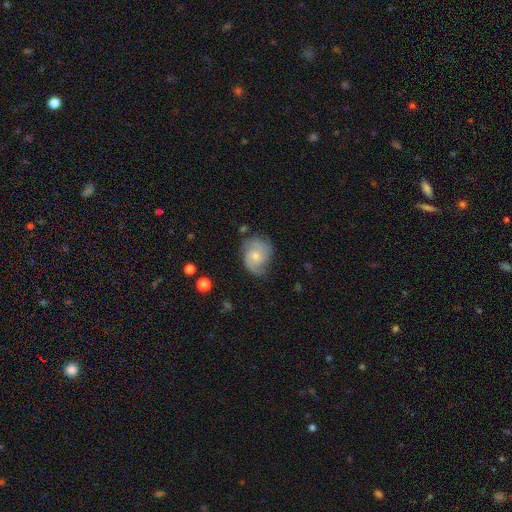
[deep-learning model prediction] A featured or disk galaxy (60%) with no bar (68%), 2 (59%) medium (43%) spiral arms (90%) and a small central bulge (56%).

Vote fractions:
- Smooth or featured? featured or disk: 60% / smooth: 33% / star or artifact: 7%
- Edge-on disk? no: 97% / yes: 3%
- Bar? no: 68% / weak: 28% / strong: 4%
- Spiral arms? yes: 90% / no: 10%
- Spiral winding? medium: 43% / tight: 35% / loose: 21%
- Spiral arm count? 2: 59% / can't tell: 19% / 3: 12% / 1: 6% / 4: 3% / more than 4: 2%
- Bulge size? small: 56% / moderate: 37% / none: 4% / large: 2% / dominant: 1%
- Merging? none: 62% / minor disturbance: 26% / major disturbance: 10% / merger: 2%